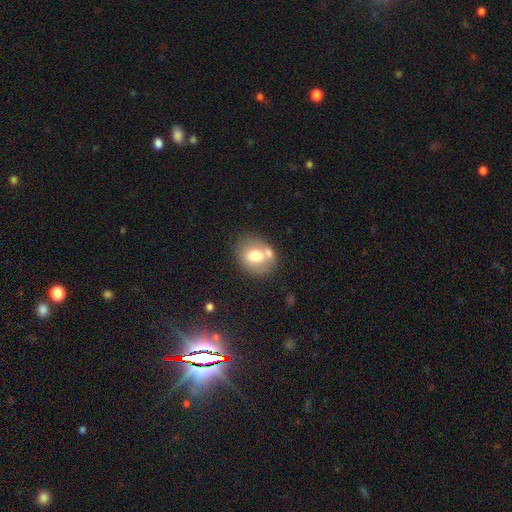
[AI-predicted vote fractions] A smooth galaxy with no disk features (68%) that is round (51%).

Vote fractions:
- Smooth or featured? smooth: 68% / featured or disk: 24% / star or artifact: 8%
- How rounded? round: 51% / in between: 48% / cigar-shaped: 1%
- Merging? none: 54% / merger: 25% / minor disturbance: 16% / major disturbance: 6%